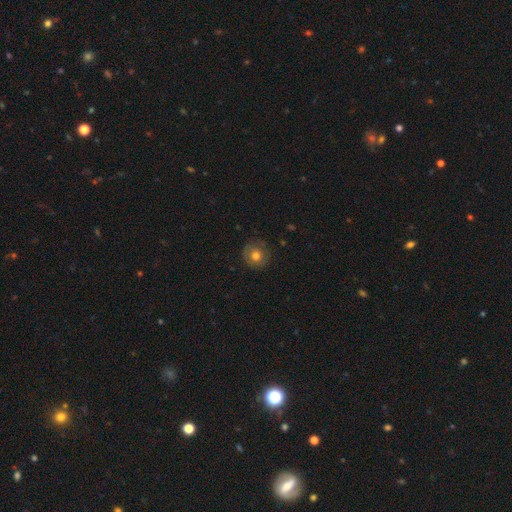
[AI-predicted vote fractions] Smooth or featured: smooth — 63% (featured or disk — 28%)
How rounded: round — 91% (in between — 8%)
Merging: none — 81% (minor disturbance — 14%)